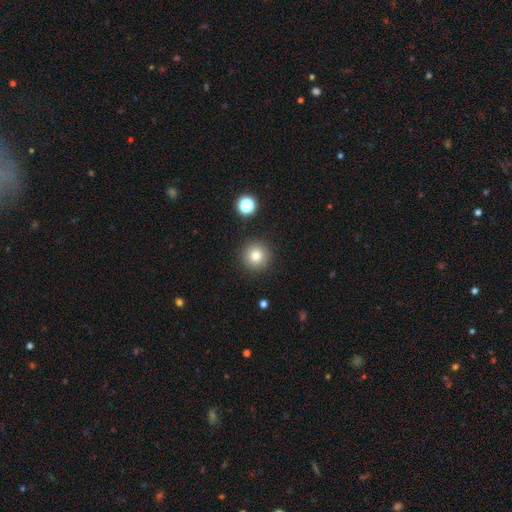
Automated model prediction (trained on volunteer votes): This appears to be a smooth galaxy with no disk features (80%) that is round (95%). Merging: none (89%).